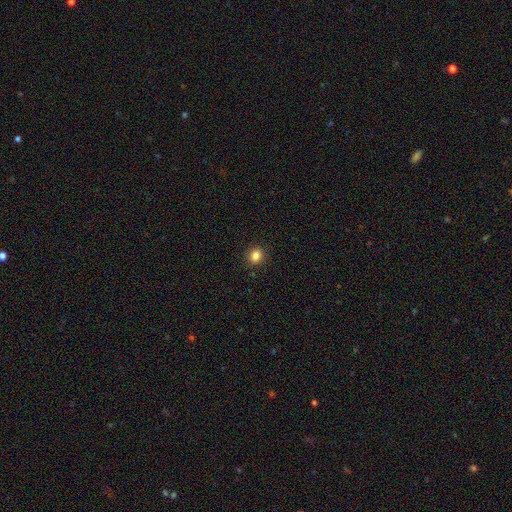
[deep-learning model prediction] smooth 84%, star or artifact 12%, featured or disk 5%. Down the decision tree: how rounded — round (77%); merging — none (91%).